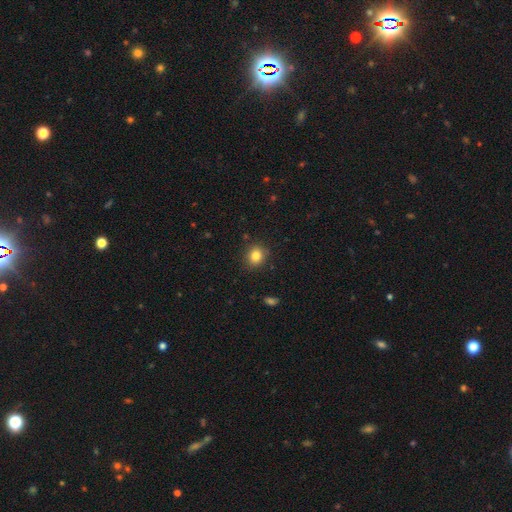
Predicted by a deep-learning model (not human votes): This is clearly a smooth galaxy (83%). How rounded: clearly round (80%). Merging: clearly none (88%).